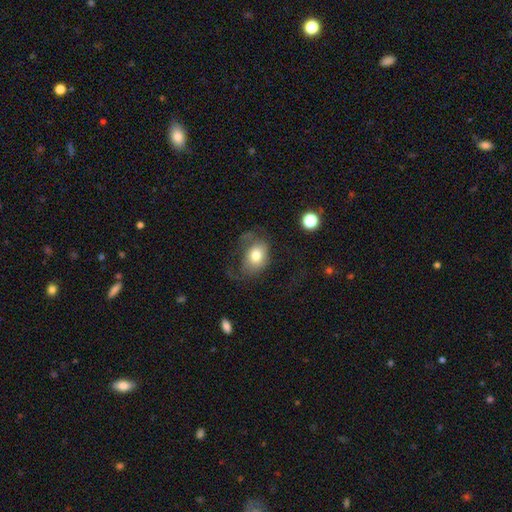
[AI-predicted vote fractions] Q: Smooth or featured?
A: smooth (70%); runner-up: featured or disk (22%)
Q: How rounded?
A: in between (71%); runner-up: round (28%)
Q: Merging?
A: none (38%); runner-up: major disturbance (35%)